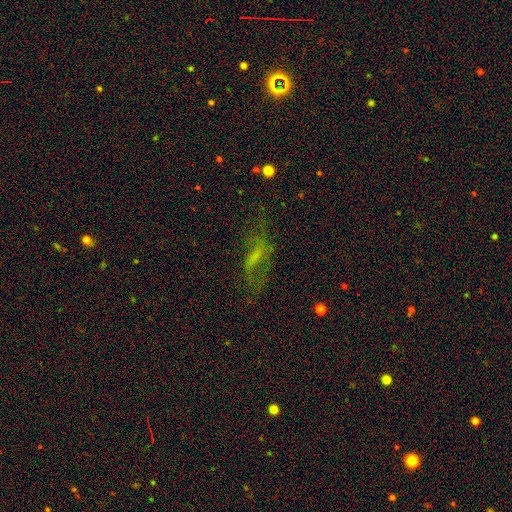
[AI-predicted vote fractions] featured or disk 48%, smooth 32%, star or artifact 20%. Down the decision tree: merging — none (49%).